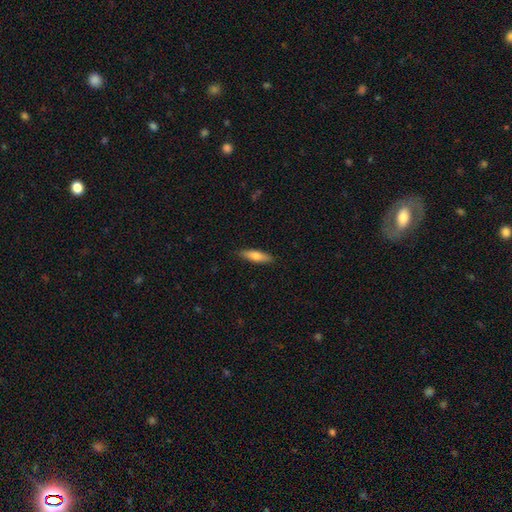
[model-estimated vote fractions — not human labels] A smooth galaxy with no disk features (72%) that is cigar-shaped (62%). Merging: none (87%).